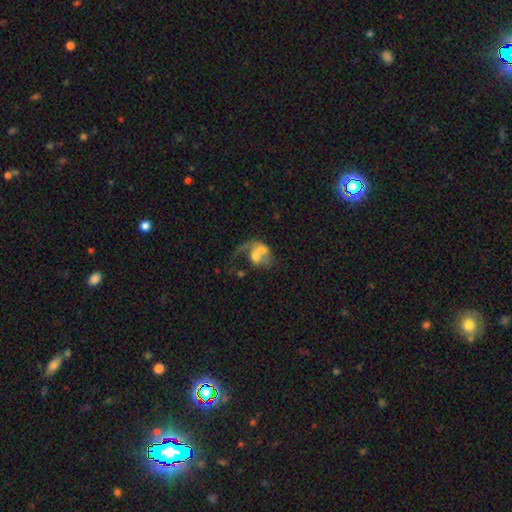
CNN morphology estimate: A featured or disk galaxy (46%).

Vote fractions:
- Smooth or featured? featured or disk: 46% / smooth: 44% / star or artifact: 10%
- Merging? merger: 59% / major disturbance: 21% / none: 13% / minor disturbance: 7%